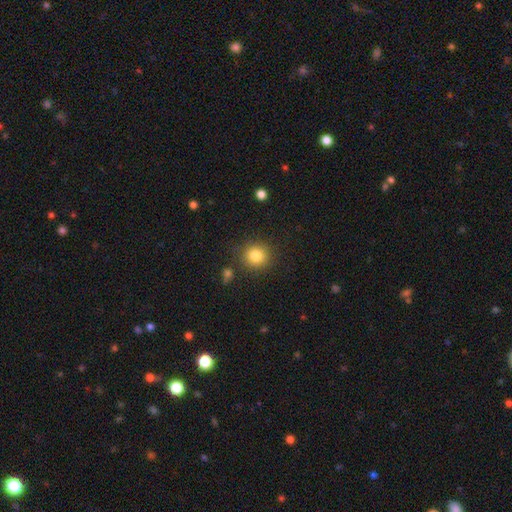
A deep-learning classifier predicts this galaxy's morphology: A smooth galaxy with no disk features (83%) that is round (91%).

Vote fractions:
- Smooth or featured? smooth: 83% / star or artifact: 11% / featured or disk: 6%
- How rounded? round: 91% / in between: 9% / cigar-shaped: 1%
- Merging? none: 86% / minor disturbance: 8% / merger: 3% / major disturbance: 3%